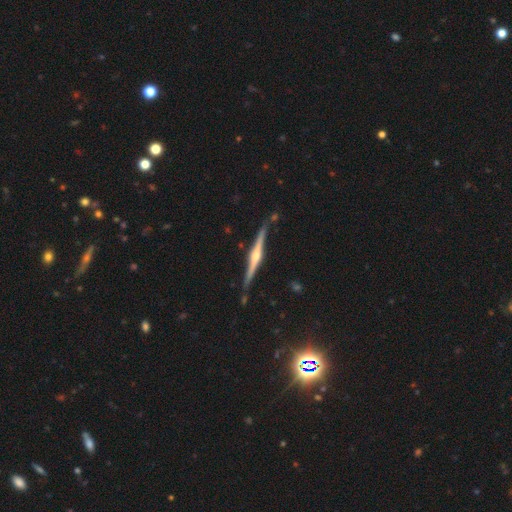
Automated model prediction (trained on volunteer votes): Overall: featured or disk (86%). Edge-on disk: yes (98%). Edge-on bulge: rounded (87%). Merging: none (85%).